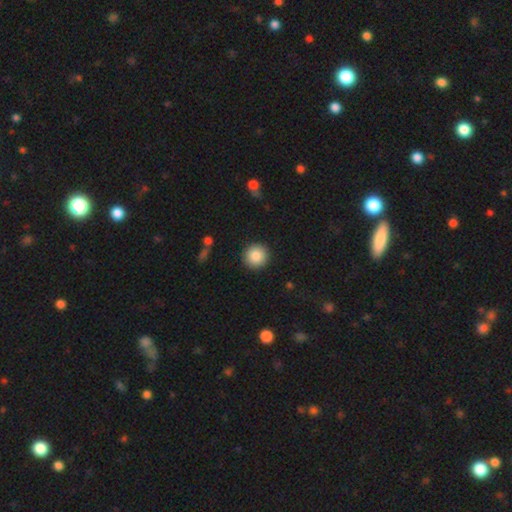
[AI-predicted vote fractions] A smooth galaxy with no disk features (87%) that is round (94%). Merging: none (91%).